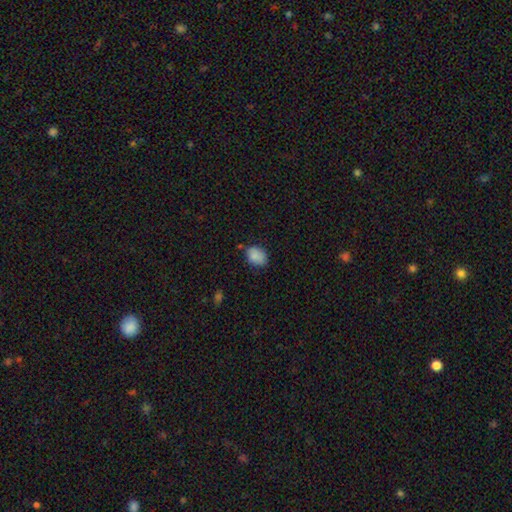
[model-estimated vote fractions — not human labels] This is clearly a smooth galaxy (87%). How rounded: likely in between (70%). Merging: likely none (70%).